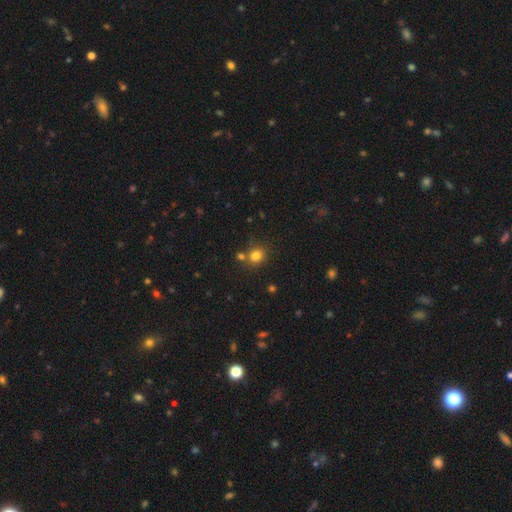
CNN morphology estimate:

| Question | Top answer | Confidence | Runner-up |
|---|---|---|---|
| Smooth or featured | smooth | 80% | star or artifact (14%) |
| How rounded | round | 76% | in between (23%) |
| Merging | none | 71% | merger (15%) |